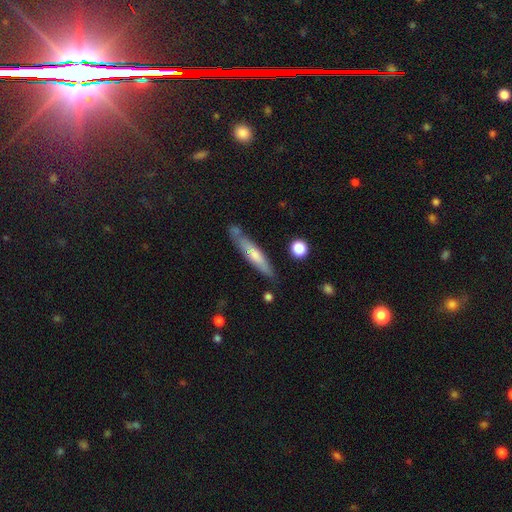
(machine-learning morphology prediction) A smooth galaxy with no disk features (54%) that is cigar-shaped (88%). Merging: none (71%).